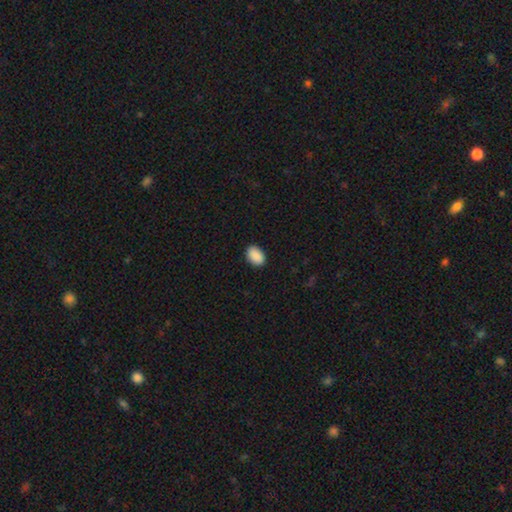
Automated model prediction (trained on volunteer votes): Smooth or featured?
  - smooth: 91% *
  - star or artifact: 7%
  - featured or disk: 3%
How rounded?
  - in between: 83% *
  - round: 16%
  - cigar-shaped: 1%
Merging?
  - none: 89% *
  - minor disturbance: 8%
  - major disturbance: 2%
  - merger: 1%